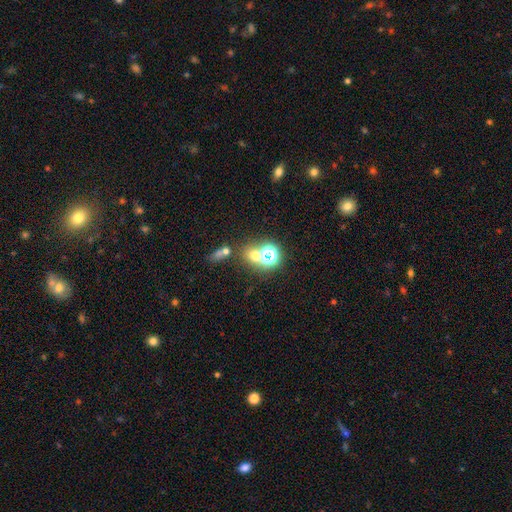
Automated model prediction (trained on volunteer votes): This is possibly a smooth galaxy (49%). Merging: possibly none (59%).